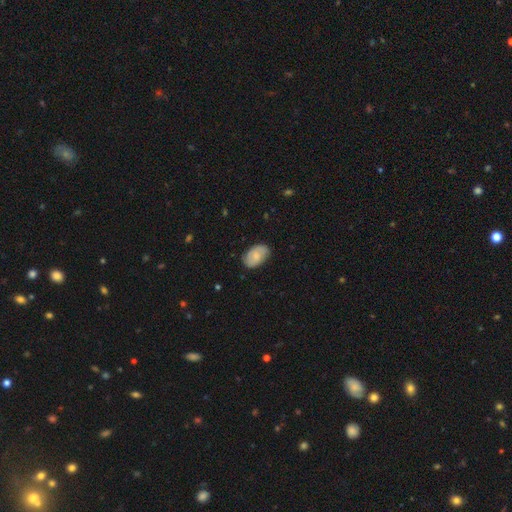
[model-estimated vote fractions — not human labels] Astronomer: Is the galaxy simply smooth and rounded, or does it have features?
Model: smooth — 67%.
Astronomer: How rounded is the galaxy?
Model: in between — 92%.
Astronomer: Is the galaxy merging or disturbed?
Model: none — 77%.